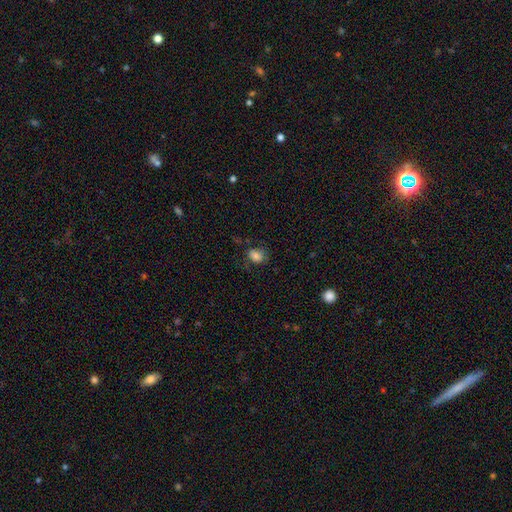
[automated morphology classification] Overall: smooth (77%). How rounded: in between (53%; round 46%). Merging: none (65%).